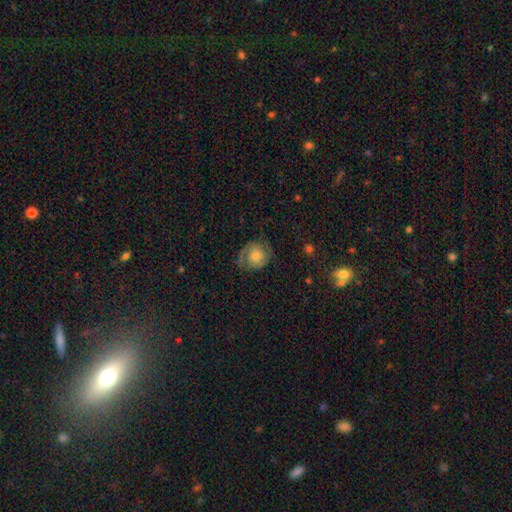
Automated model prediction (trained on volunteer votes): smooth-or-featured: featured or disk: 67% | smooth: 24% | star or artifact: 9%
  disk-edge-on: no: 97% | yes: 3%
    bar: no: 76% | weak: 20% | strong: 4%
    has-spiral-arms: yes: 91% | no: 9%
      spiral-winding: tight: 45% | medium: 40% | loose: 15%
      spiral-arm-count: 2: 81% | can't tell: 9% | 1: 6% | 3: 2% | 4: 1% | more than 4: 1%
    bulge-size: moderate: 55% | small: 30% | large: 9% | none: 3% | dominant: 2%
  merging: none: 71% | minor disturbance: 18% | major disturbance: 10% | merger: 1%